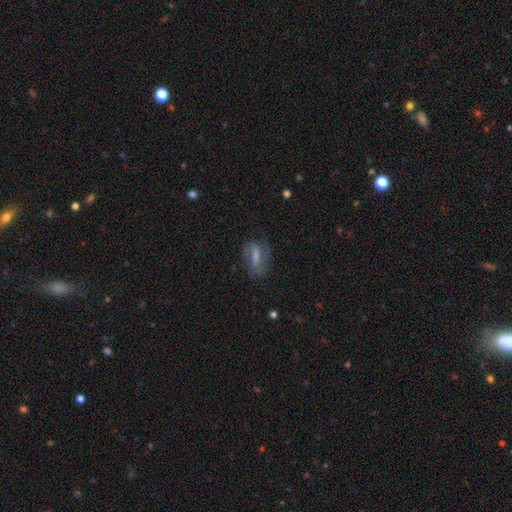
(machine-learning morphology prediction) This is possibly a featured or disk galaxy (56%). It is clearly not viewed edge-on (87%). Merging: likely none (71%).